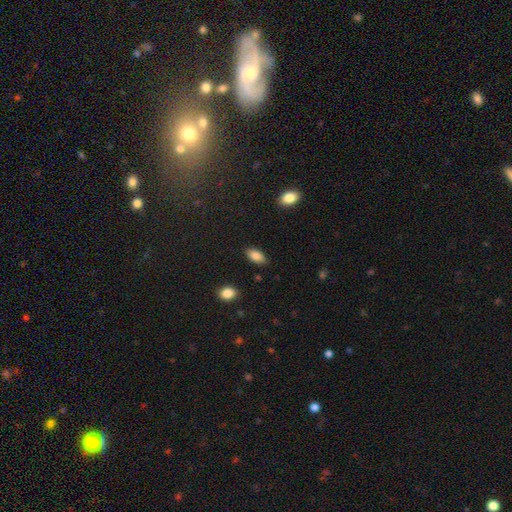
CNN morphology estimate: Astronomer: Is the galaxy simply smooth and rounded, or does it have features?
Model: smooth — 85%.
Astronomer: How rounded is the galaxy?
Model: in between — 93%.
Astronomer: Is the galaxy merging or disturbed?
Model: none — 85%.